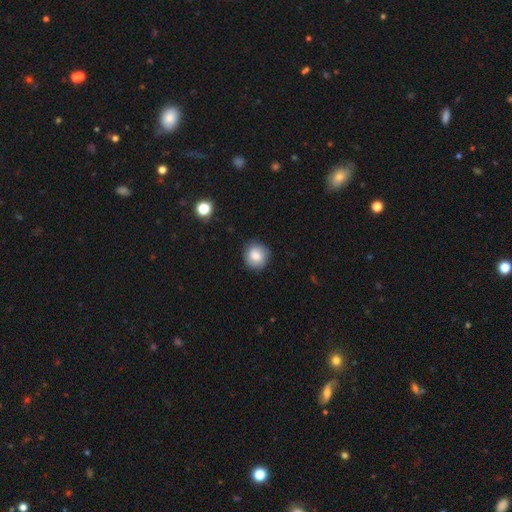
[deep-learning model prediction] This is clearly a smooth galaxy (83%). How rounded: clearly round (88%). Merging: clearly none (84%).